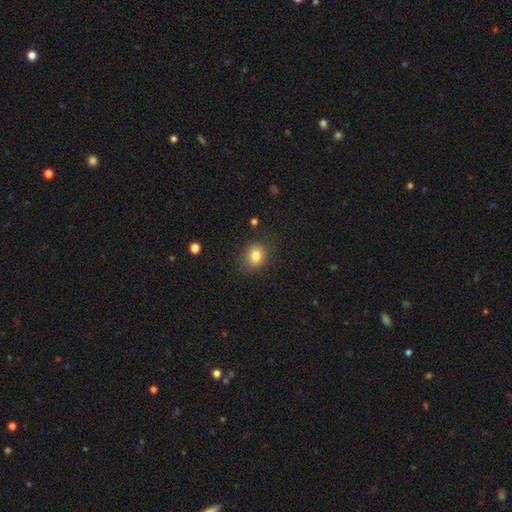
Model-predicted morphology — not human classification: Smooth or featured: smooth — 82% (star or artifact — 11%)
How rounded: round — 58% (in between — 41%)
Merging: none — 84% (minor disturbance — 11%)